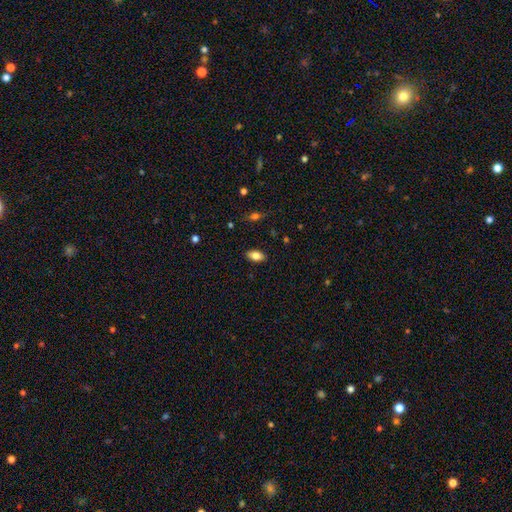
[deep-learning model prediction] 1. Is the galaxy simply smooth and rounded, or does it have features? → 80% smooth, 11% featured or disk, 8% star or artifact.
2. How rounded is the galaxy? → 90% in between, 6% round, 4% cigar-shaped.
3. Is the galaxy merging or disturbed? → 87% none, 9% minor disturbance, 2% major disturbance, 1% merger.